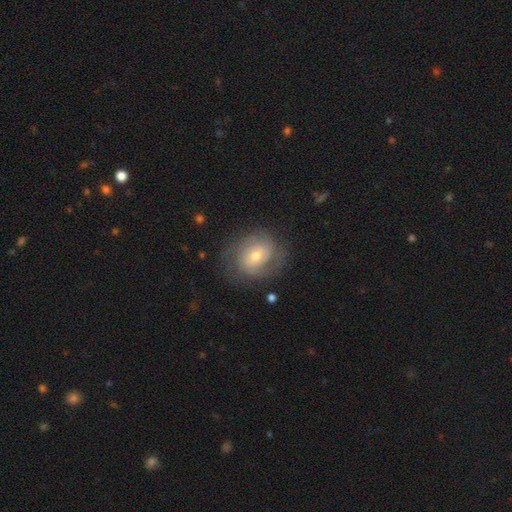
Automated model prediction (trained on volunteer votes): A featured or disk galaxy (63%) with no bar (57%), spiral arms (80%) and a moderate central bulge (52%).

Vote fractions:
- Smooth or featured? featured or disk: 63% / smooth: 29% / star or artifact: 8%
- Edge-on disk? no: 96% / yes: 4%
- Bar? no: 57% / weak: 34% / strong: 9%
- Spiral arms? yes: 80% / no: 20%
- Bulge size? moderate: 52% / small: 41% / large: 4% / none: 1% / dominant: 1%
- Merging? none: 71% / minor disturbance: 17% / major disturbance: 10% / merger: 1%